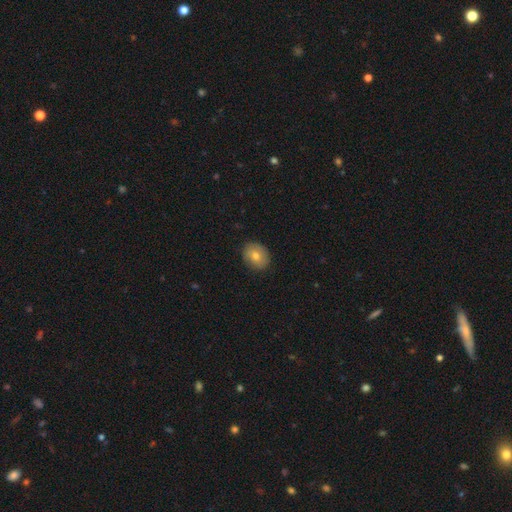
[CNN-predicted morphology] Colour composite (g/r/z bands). It shows a smooth galaxy with no disk features (73%) that is round (63%). Merging: none (87%).